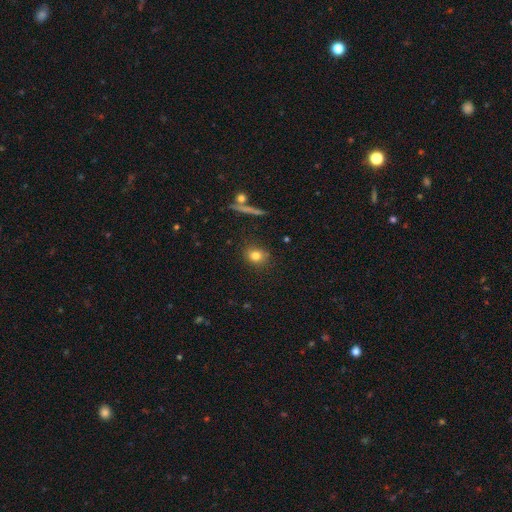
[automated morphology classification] Smooth or featured: smooth — 79% (star or artifact — 12%)
How rounded: round — 66% (in between — 31%)
Merging: none — 85% (minor disturbance — 10%)